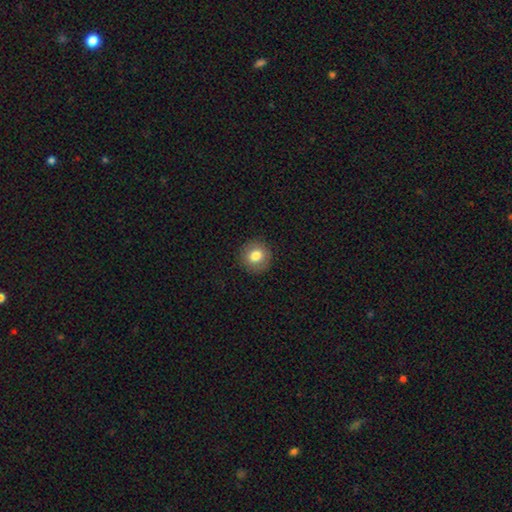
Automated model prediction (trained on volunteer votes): The model was most divided on "smooth or featured": smooth: 80%, featured or disk: 11%, star or artifact: 9%. More confident: merging — none (90%); how rounded — round (88%).